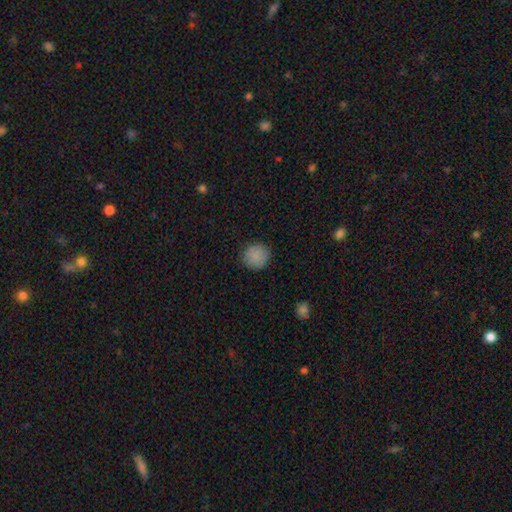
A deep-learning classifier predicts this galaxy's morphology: Q: Smooth or featured?
A: smooth (87%); runner-up: star or artifact (9%)
Q: How rounded?
A: round (91%); runner-up: in between (8%)
Q: Merging?
A: none (85%); runner-up: minor disturbance (11%)